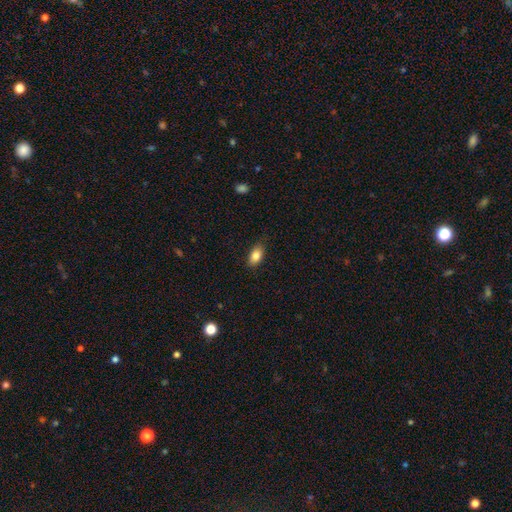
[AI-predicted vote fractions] Smooth or featured? smooth (84%)
How rounded? in between (90%)
Merging? none (84%)